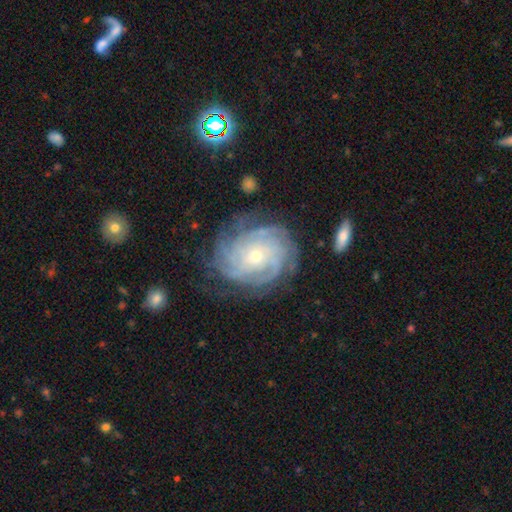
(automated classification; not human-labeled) Smooth or featured?
  - featured or disk: 88% *
  - smooth: 7%
  - star or artifact: 6%
Edge-on disk?
  - no: 97% *
  - yes: 3%
Bar?
  - no: 77% *
  - weak: 19%
  - strong: 5%
Spiral arms?
  - yes: 97% *
  - no: 3%
Spiral winding?
  - tight: 75% *
  - medium: 20%
  - loose: 5%
Spiral arm count?
  - can't tell: 25% * (tied)
  - 4: 25% * (tied)
  - more than 4: 24%
  - 3: 12%
  - 2: 8%
  - 1: 7%
Bulge size?
  - small: 68% *
  - moderate: 28%
  - large: 2%
  - none: 1%
  - dominant: 1%
Merging?
  - none: 76% *
  - minor disturbance: 16%
  - major disturbance: 7%
  - merger: 2%